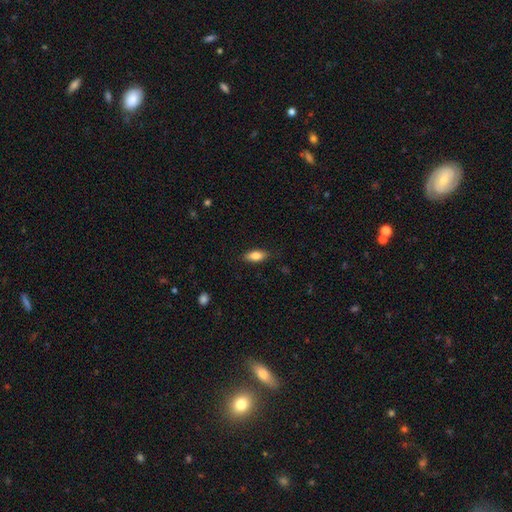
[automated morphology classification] Smooth or featured? Predicted: smooth (p=0.79). How rounded? Predicted: in between (p=0.82). Merging? Predicted: none (p=0.85).